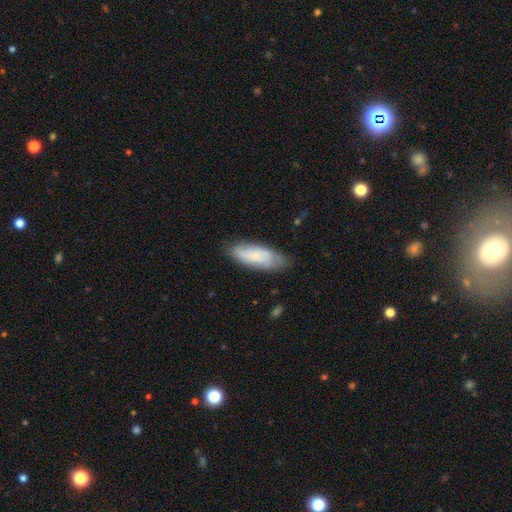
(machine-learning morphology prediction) Smooth or featured? Predicted: smooth (p=0.59). How rounded? Predicted: in between (p=0.70). Merging? Predicted: none (p=0.75).